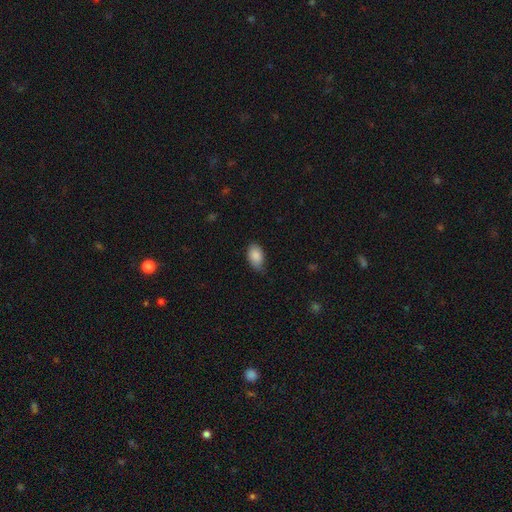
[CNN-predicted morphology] smooth 88%, star or artifact 7%, featured or disk 5%. Down the decision tree: how rounded — in between (92%); merging — none (68%).